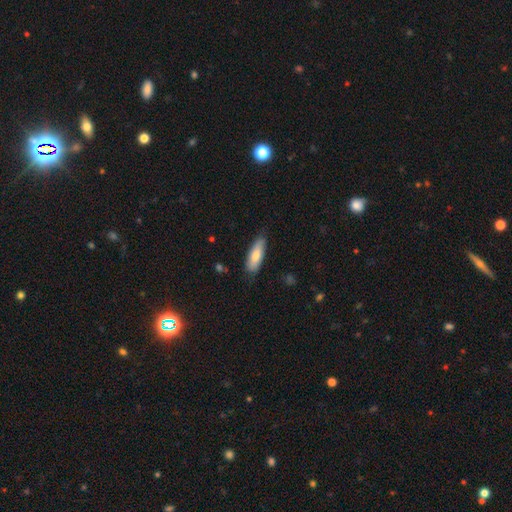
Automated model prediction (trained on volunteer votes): Q: Smooth or featured?
A: smooth (75%); runner-up: featured or disk (19%)
Q: How rounded?
A: in between (59%); runner-up: cigar-shaped (39%)
Q: Merging?
A: none (79%); runner-up: minor disturbance (17%)